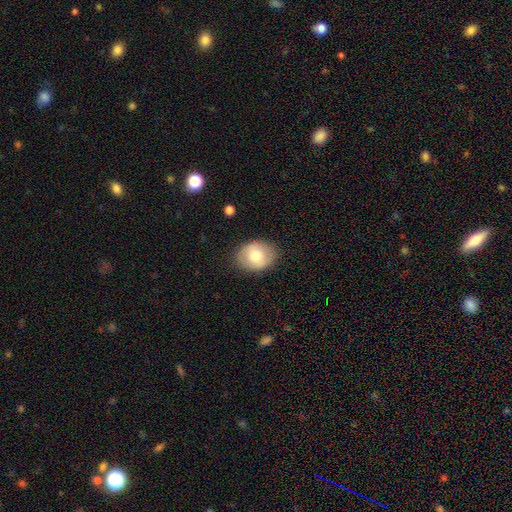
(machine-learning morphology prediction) smooth-or-featured: smooth: 67% | featured or disk: 26% | star or artifact: 7%
  how-rounded: in between: 59% | round: 40% | cigar-shaped: 1%
  merging: none: 84% | minor disturbance: 12% | major disturbance: 3% | merger: 1%